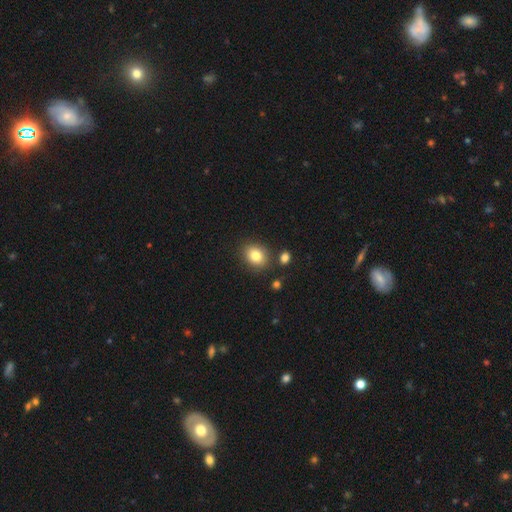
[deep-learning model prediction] smooth 83%, star or artifact 9%, featured or disk 8%. Down the decision tree: how rounded — in between (52%); merging — none (82%).